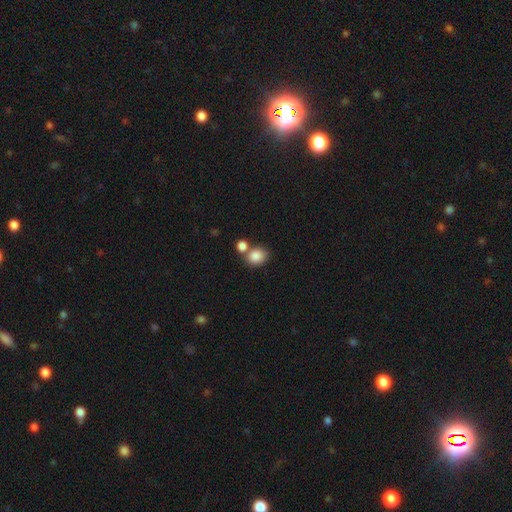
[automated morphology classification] smooth_or_featured: smooth (p=0.85) [alt: star or artifact p=0.09]
how_rounded: round (p=0.58) [alt: in between p=0.41]
merging: none (p=0.54) [alt: merger p=0.33]